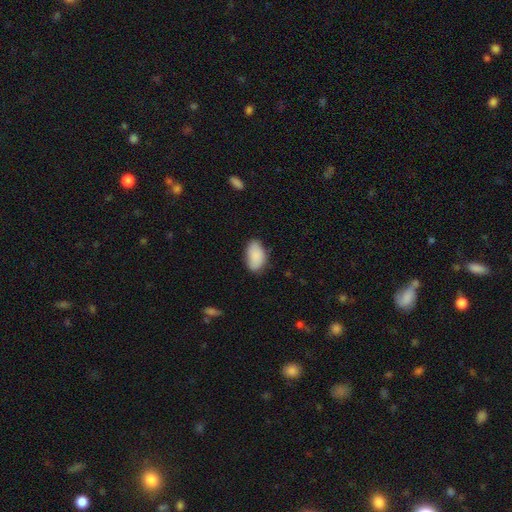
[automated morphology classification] Smooth or featured? smooth (88%)
How rounded? in between (93%)
Merging? none (74%)